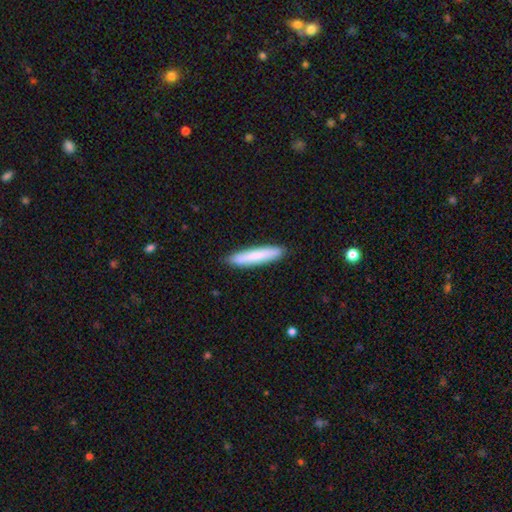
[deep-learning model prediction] A smooth galaxy with no disk features (80%) that is cigar-shaped (91%).

Vote fractions:
- Smooth or featured? smooth: 80% / featured or disk: 14% / star or artifact: 6%
- How rounded? cigar-shaped: 91% / in between: 8% / round: 1%
- Merging? none: 90% / minor disturbance: 8% / major disturbance: 1% / merger: 1%